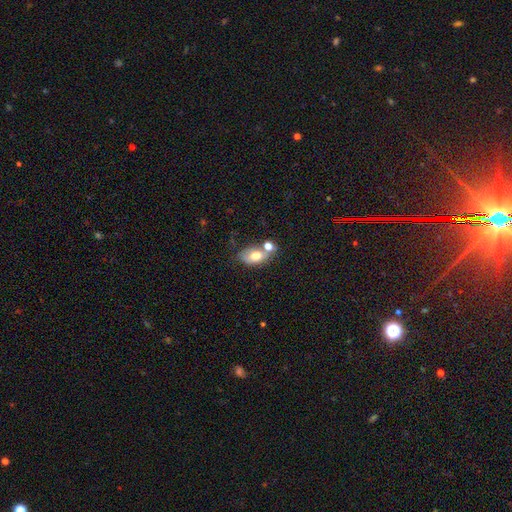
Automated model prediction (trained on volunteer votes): smooth_or_featured: smooth (p=0.67) [alt: featured or disk p=0.24]
how_rounded: in between (p=0.84) [alt: round p=0.13]
merging: none (p=0.39) [alt: merger p=0.34]